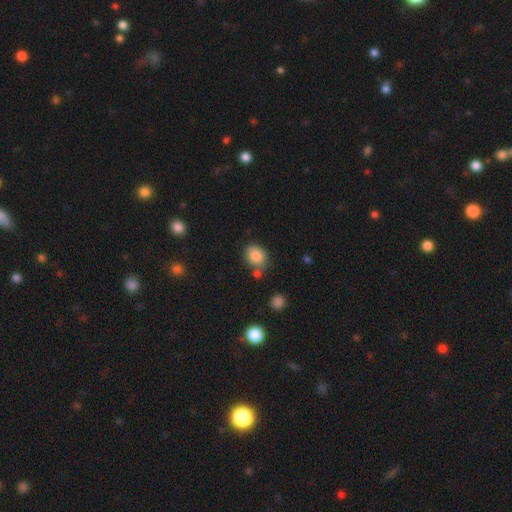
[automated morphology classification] type=smooth (85%); roundness=round (55%); merging=none (68%).